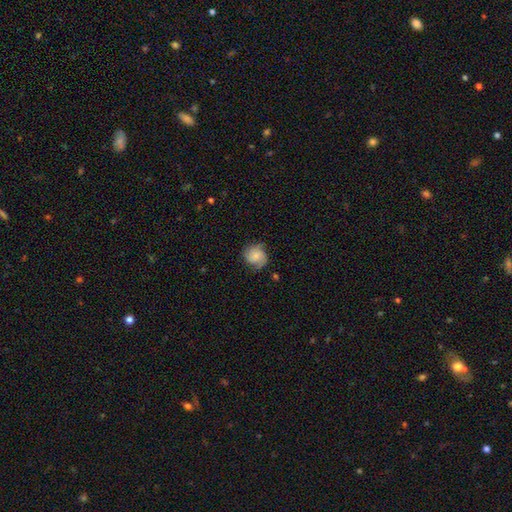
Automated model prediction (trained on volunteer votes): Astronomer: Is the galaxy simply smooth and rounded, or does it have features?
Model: featured or disk — 59%.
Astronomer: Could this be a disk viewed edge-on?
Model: no — 98%.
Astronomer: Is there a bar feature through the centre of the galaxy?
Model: no — 72%.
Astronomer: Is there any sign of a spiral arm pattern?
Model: yes — 94%.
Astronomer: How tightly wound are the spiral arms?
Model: tight — 43% (runner-up: medium, 42%).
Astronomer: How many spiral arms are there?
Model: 2 — 45% (runner-up: 3, 31%).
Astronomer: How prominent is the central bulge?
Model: small — 45% (runner-up: moderate, 26%).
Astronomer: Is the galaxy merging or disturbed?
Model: none — 72%.